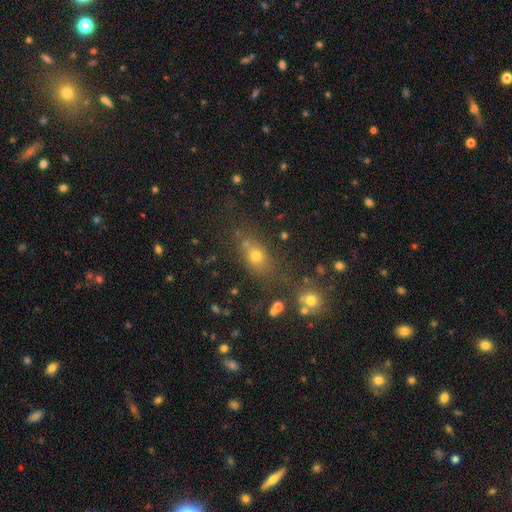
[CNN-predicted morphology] Smooth or featured?
  - smooth: 64% *
  - star or artifact: 22%
  - featured or disk: 14%
How rounded?
  - in between: 53% *
  - round: 40%
  - cigar-shaped: 6%
Merging?
  - none: 65% *
  - minor disturbance: 15%
  - merger: 14%
  - major disturbance: 7%